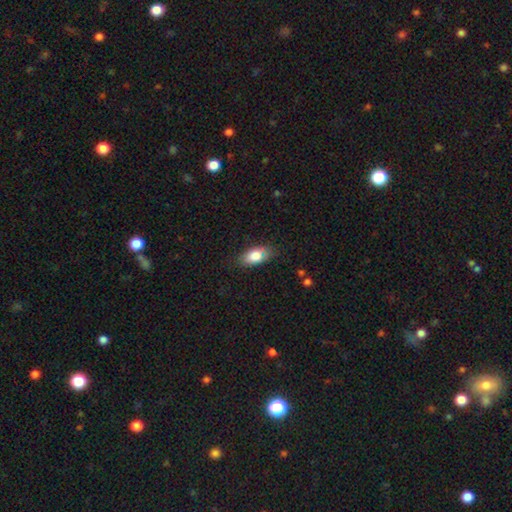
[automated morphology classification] This is clearly a smooth galaxy (80%). How rounded: clearly in between (87%). Merging: likely none (79%).